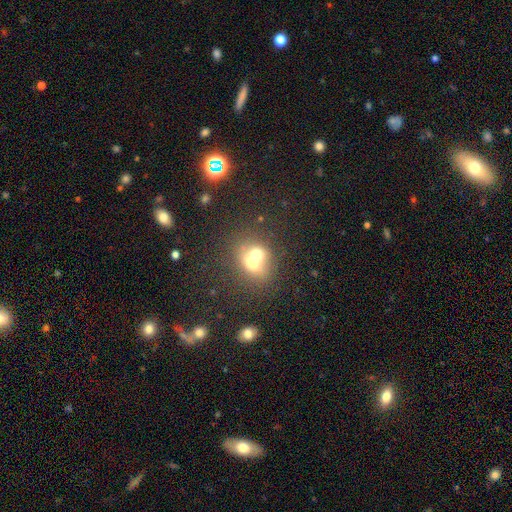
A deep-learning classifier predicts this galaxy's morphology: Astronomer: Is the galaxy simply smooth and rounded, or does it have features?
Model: smooth — 61%.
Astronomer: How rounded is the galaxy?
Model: round — 61% (runner-up: in between, 38%).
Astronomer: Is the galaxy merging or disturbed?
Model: merger — 66%.